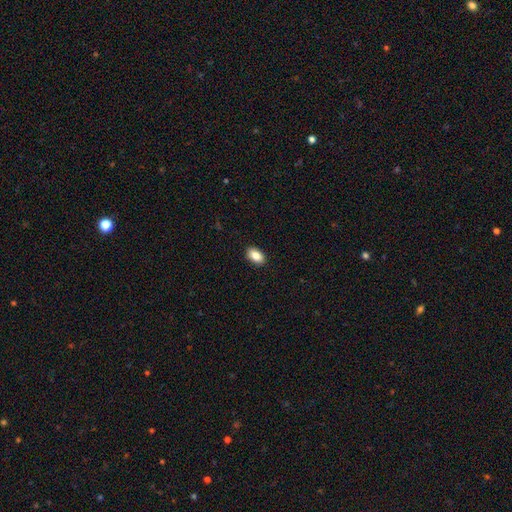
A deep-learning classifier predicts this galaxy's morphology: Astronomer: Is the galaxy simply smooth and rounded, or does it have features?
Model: smooth — 87%.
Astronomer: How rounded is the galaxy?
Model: in between — 89%.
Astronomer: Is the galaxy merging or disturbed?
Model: none — 90%.